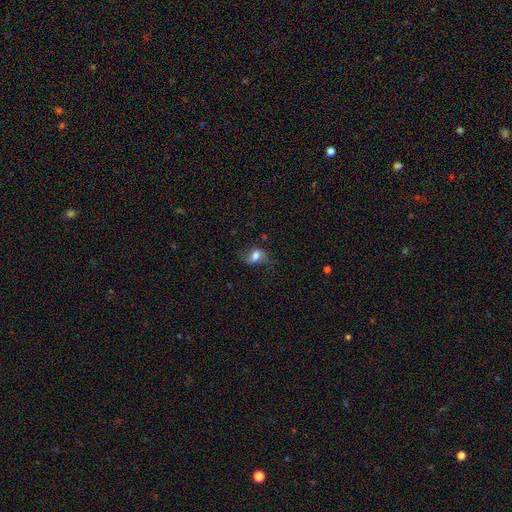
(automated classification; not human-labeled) Smooth or featured?
  - smooth: 55% *
  - featured or disk: 34%
  - star or artifact: 11%
How rounded?
  - in between: 74% *
  - round: 23%
  - cigar-shaped: 3%
Merging?
  - none: 58% *
  - minor disturbance: 24%
  - major disturbance: 16%
  - merger: 2%